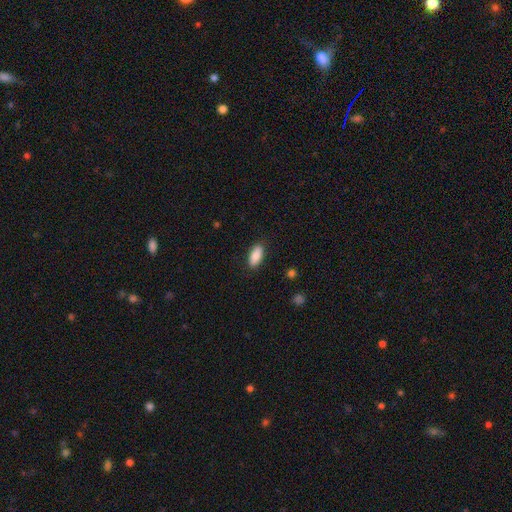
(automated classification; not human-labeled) Morphology: type=smooth (86%); roundness=in between (85%); merging=none (86%).